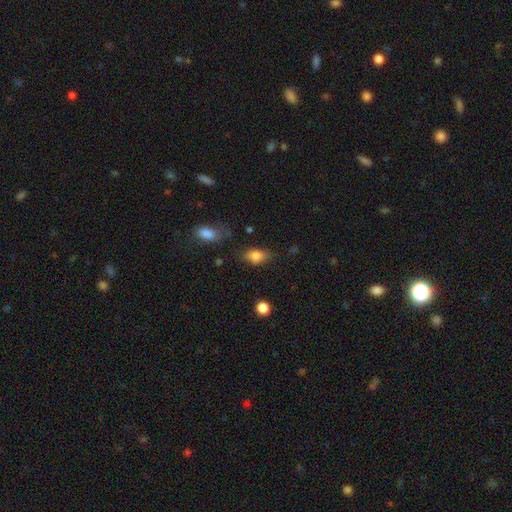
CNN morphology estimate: Smooth or featured?
  - smooth: 80% *
  - featured or disk: 11%
  - star or artifact: 9%
How rounded?
  - in between: 82% *
  - round: 13%
  - cigar-shaped: 5%
Merging?
  - none: 66% *
  - minor disturbance: 24%
  - major disturbance: 7%
  - merger: 3%